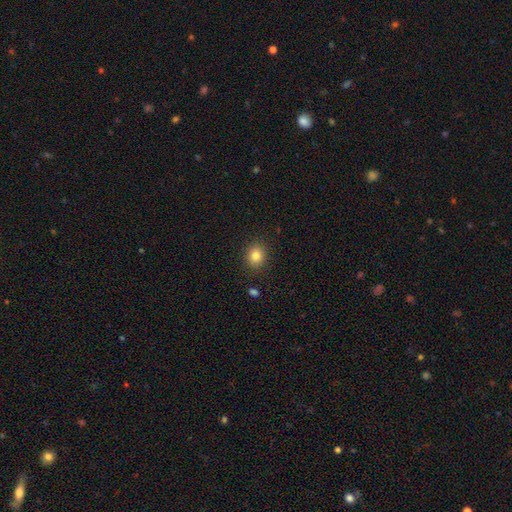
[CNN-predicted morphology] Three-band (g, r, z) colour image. It shows a smooth galaxy with no disk features (84%) that is round (65%). Merging: none (89%).